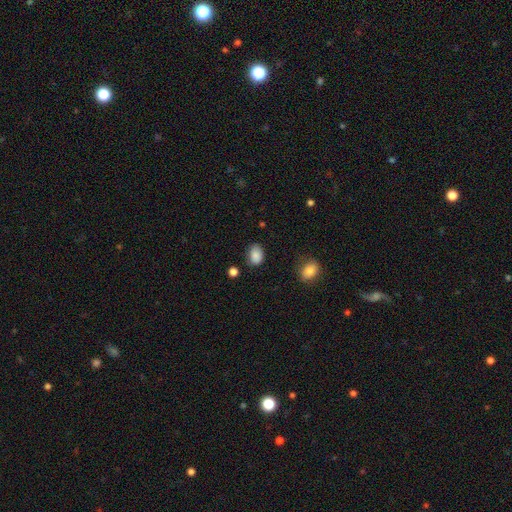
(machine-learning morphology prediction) Smooth or featured? smooth (87%)
How rounded? in between (77%)
Merging? none (74%)